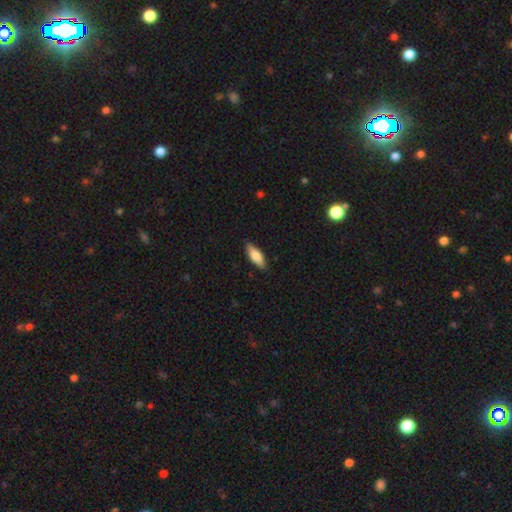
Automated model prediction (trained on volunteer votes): Morphology: type=smooth (76%); roundness=in between (65%); merging=none (87%).